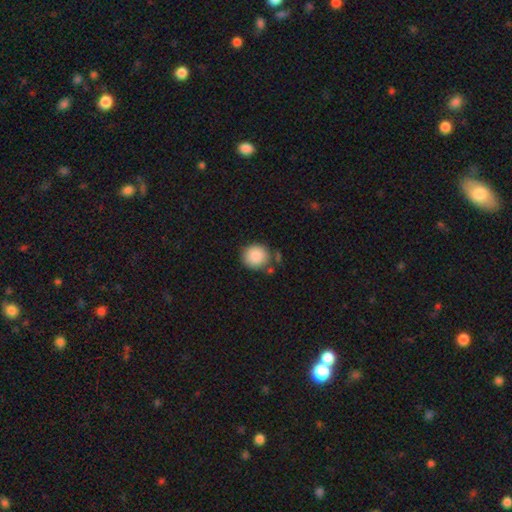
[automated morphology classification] This appears to be a smooth galaxy with no disk features (88%) that is round (89%). Merging: none (77%).